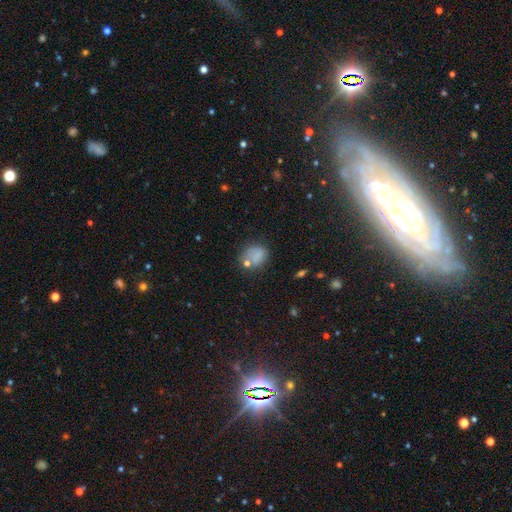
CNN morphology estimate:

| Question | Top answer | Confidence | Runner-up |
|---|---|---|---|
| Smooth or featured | smooth | 75% | featured or disk (13%) |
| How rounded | round | 59% | in between (39%) |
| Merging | none | 56% | minor disturbance (21%) |